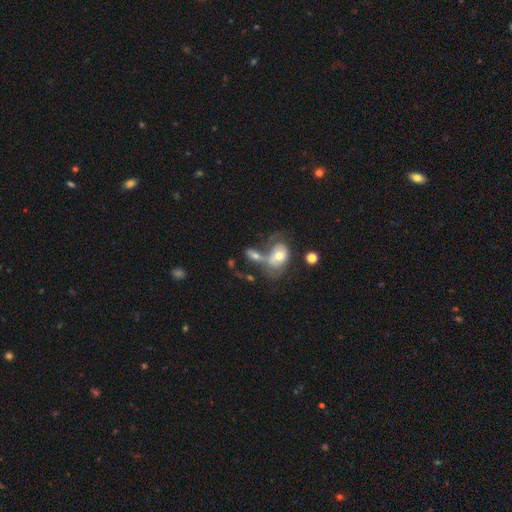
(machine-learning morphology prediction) Smooth or featured: smooth — 50% (featured or disk — 41%)
How rounded: in between — 78% (round — 13%)
Merging: merger — 54% (none — 22%)